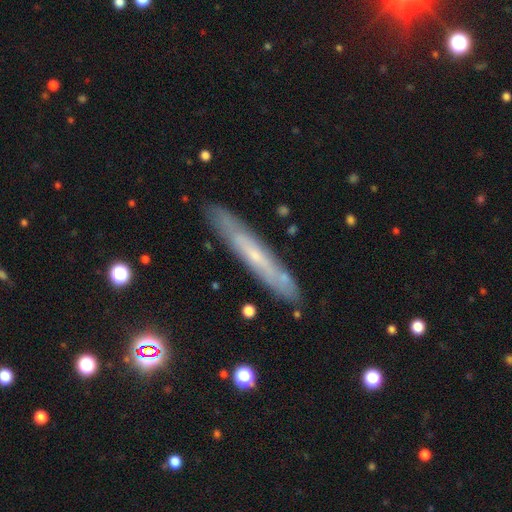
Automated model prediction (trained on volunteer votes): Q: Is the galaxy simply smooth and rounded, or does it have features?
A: featured or disk — 58%.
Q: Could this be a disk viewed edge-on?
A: yes — 74%.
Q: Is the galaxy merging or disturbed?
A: none — 85%.